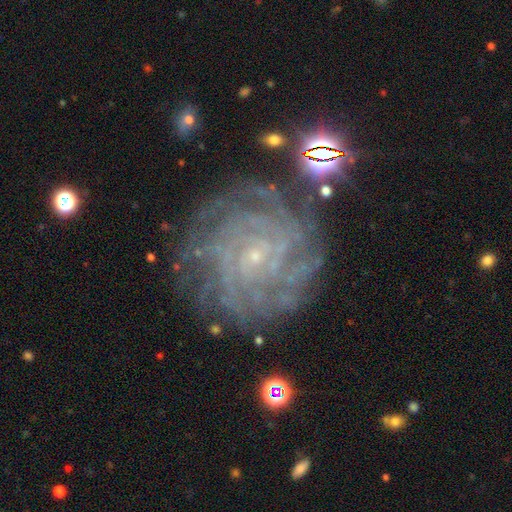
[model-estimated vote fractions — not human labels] Overall: featured or disk (85%). Edge-on disk: no (97%). Bar: no (64%; weak 28%). Spiral arms: yes (97%). Spiral arm count: more than 4 (28%; can't tell 27%). Spiral winding: tight (81%). Bulge size: small (88%). Merging: none (80%).